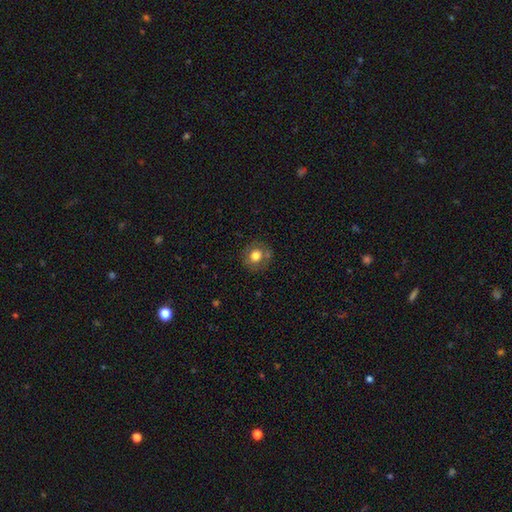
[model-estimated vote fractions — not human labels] This appears to be a smooth galaxy with no disk features (70%) that is round (84%). Merging: none (75%).